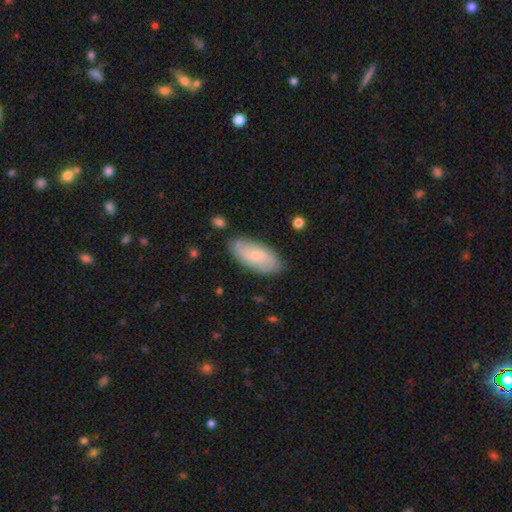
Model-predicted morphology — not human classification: A smooth galaxy with no disk features (52%) that is in between round and cigar-shaped (88%).

Vote fractions:
- Smooth or featured? smooth: 52% / featured or disk: 42% / star or artifact: 6%
- How rounded? in between: 88% / cigar-shaped: 10% / round: 3%
- Merging? none: 80% / minor disturbance: 15% / major disturbance: 3% / merger: 2%